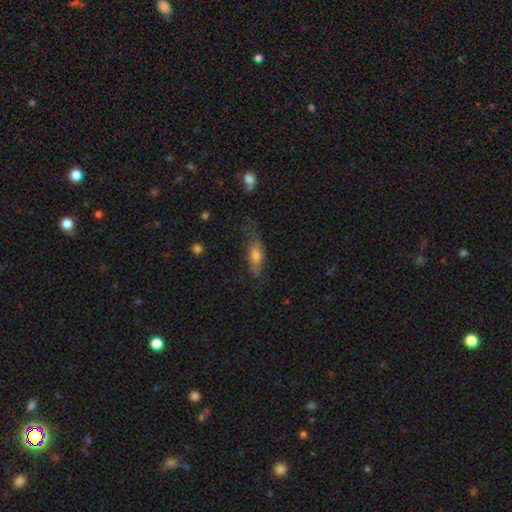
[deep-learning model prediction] Morphology: type=smooth (66%); roundness=in between (68%); merging=none (55%).